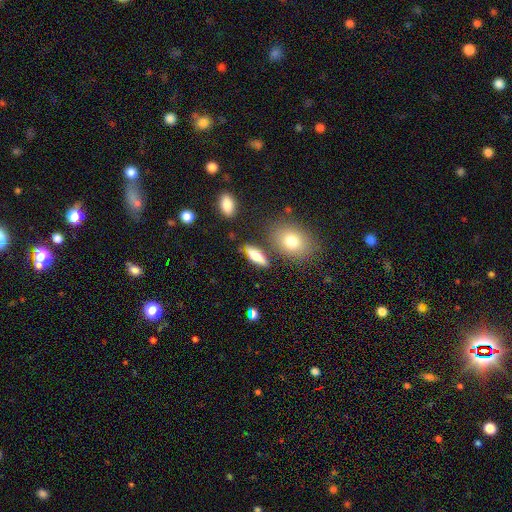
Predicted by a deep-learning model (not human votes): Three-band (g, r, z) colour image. It shows a smooth galaxy with no disk features (57%) that is in between round and cigar-shaped (56%). Merging: none (77%).